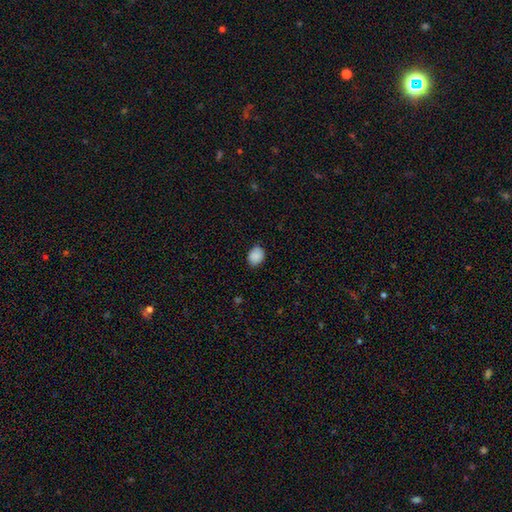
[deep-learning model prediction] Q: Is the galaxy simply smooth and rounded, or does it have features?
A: smooth — 88%.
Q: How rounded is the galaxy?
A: in between — 62%.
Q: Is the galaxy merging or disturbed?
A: none — 81%.